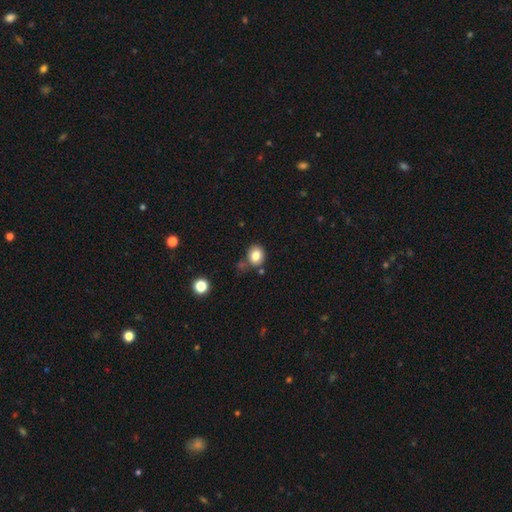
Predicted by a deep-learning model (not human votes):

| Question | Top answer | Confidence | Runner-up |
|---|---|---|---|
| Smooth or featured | smooth | 82% | star or artifact (10%) |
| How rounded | round | 58% | in between (41%) |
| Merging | none | 72% | minor disturbance (15%) |